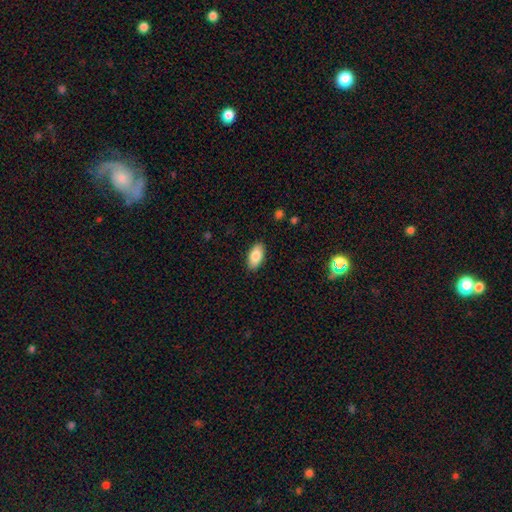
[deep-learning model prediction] smooth-or-featured: smooth: 85% | featured or disk: 8% | star or artifact: 7%
  how-rounded: in between: 94% | cigar-shaped: 4% | round: 3%
  merging: none: 89% | minor disturbance: 8% | major disturbance: 2% | merger: 1%